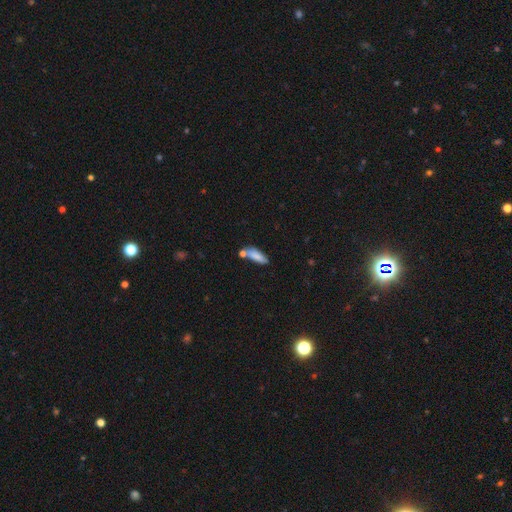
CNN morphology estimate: Smooth or featured? Predicted: smooth (p=0.82). How rounded? Predicted: in between (p=0.55). Merging? Predicted: none (p=0.55).